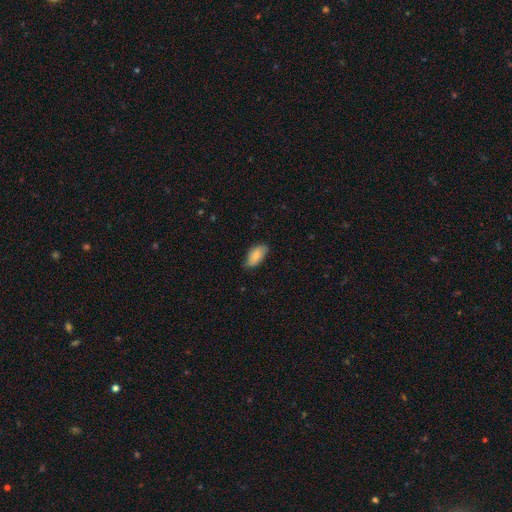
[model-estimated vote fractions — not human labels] smooth_or_featured: smooth (p=0.78) [alt: featured or disk p=0.16]
how_rounded: in between (p=0.93) [alt: cigar-shaped p=0.04]
merging: none (p=0.72) [alt: minor disturbance p=0.23]